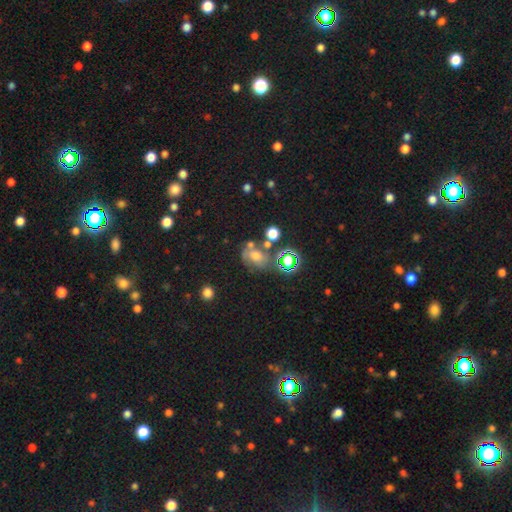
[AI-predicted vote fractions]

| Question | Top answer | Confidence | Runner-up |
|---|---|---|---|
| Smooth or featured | smooth | 40% | star or artifact (33%) |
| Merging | none | 50% | minor disturbance (19%) |